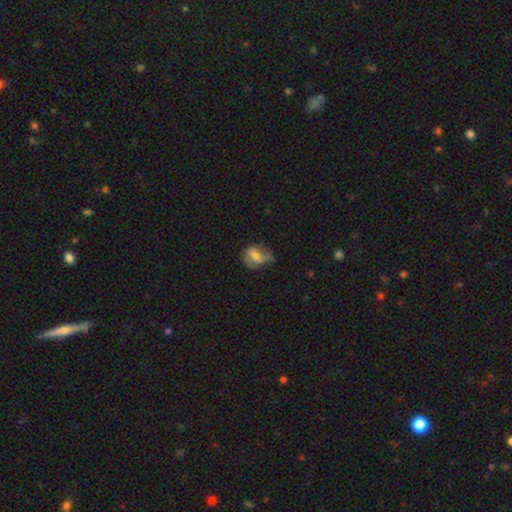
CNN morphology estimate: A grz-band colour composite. It shows a featured or disk galaxy (48%). Merging: none (50%).